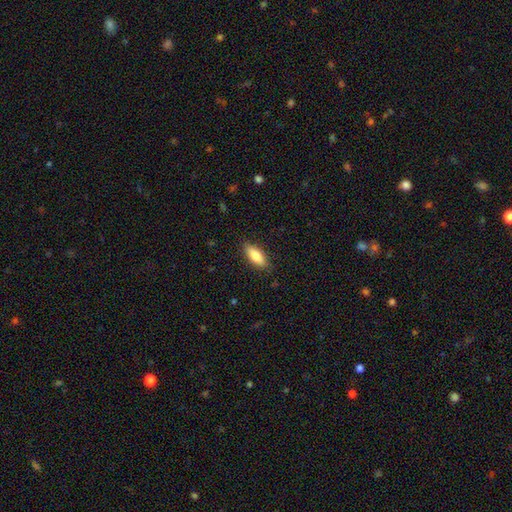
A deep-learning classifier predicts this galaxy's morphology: Smooth or featured: smooth — 82% (featured or disk — 12%)
How rounded: in between — 76% (cigar-shaped — 22%)
Merging: none — 86% (minor disturbance — 11%)